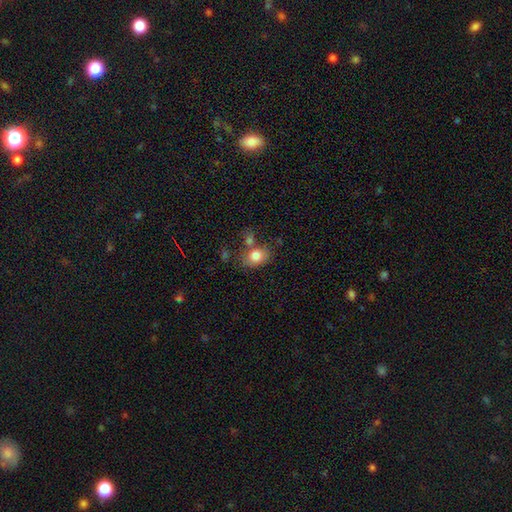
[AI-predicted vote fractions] smooth_or_featured: smooth (p=0.81) [alt: featured or disk p=0.10]
how_rounded: in between (p=0.67) [alt: round p=0.32]
merging: none (p=0.51) [alt: merger p=0.26]